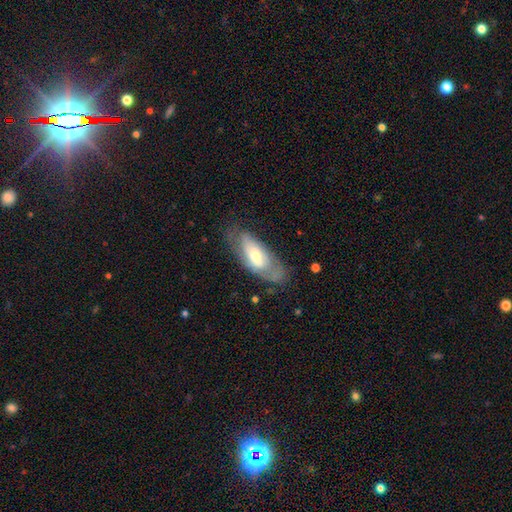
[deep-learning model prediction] Smooth or featured?
  - smooth: 50% *
  - featured or disk: 44%
  - star or artifact: 6%
Merging?
  - none: 55% *
  - minor disturbance: 28%
  - major disturbance: 15%
  - merger: 2%